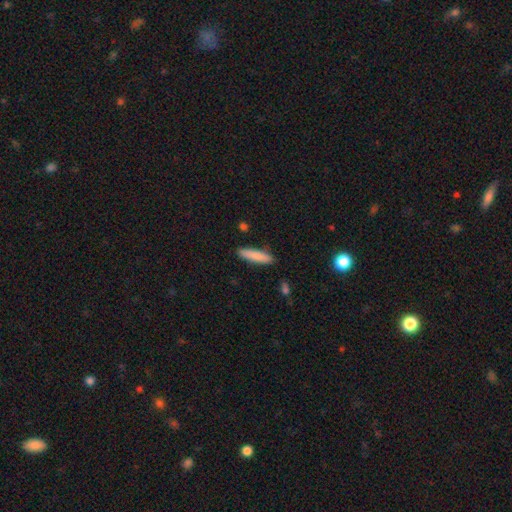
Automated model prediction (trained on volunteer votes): Smooth or featured?
  - smooth: 85% *
  - featured or disk: 9%
  - star or artifact: 6%
How rounded?
  - cigar-shaped: 80% *
  - in between: 19%
  - round: 1%
Merging?
  - none: 88% *
  - minor disturbance: 9%
  - major disturbance: 2%
  - merger: 2%